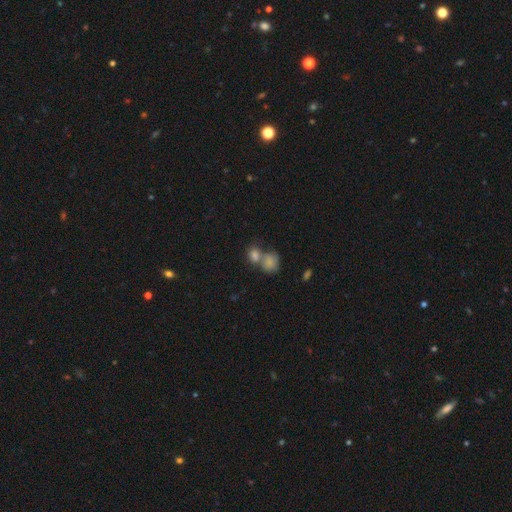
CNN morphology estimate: Smooth or featured? Predicted: smooth (p=0.66). How rounded? Predicted: round (p=0.60). Merging? Predicted: merger (p=0.51).